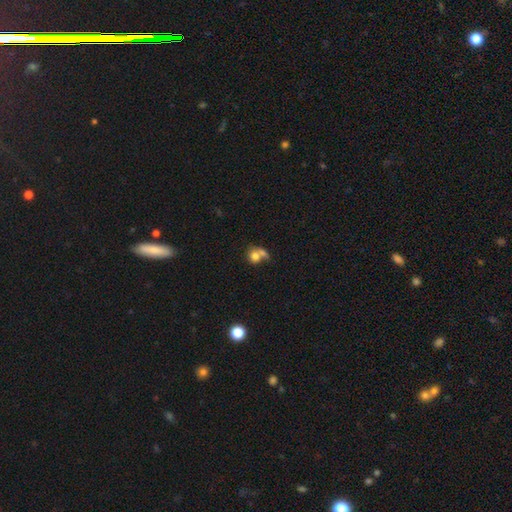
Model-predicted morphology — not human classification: A smooth galaxy with no disk features (74%) that is round (75%). Merging: merger (51%).